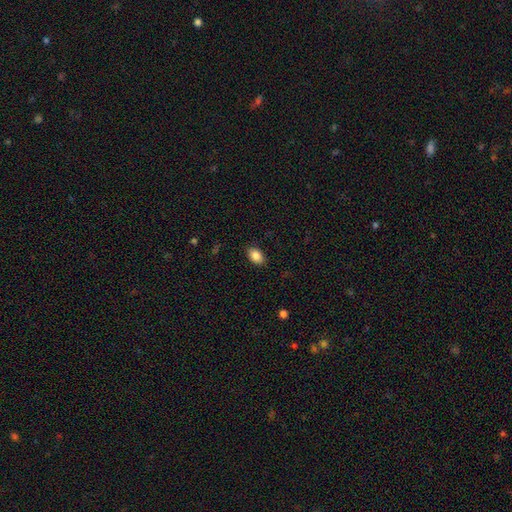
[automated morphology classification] type=smooth (87%); roundness=in between (87%); merging=none (87%).